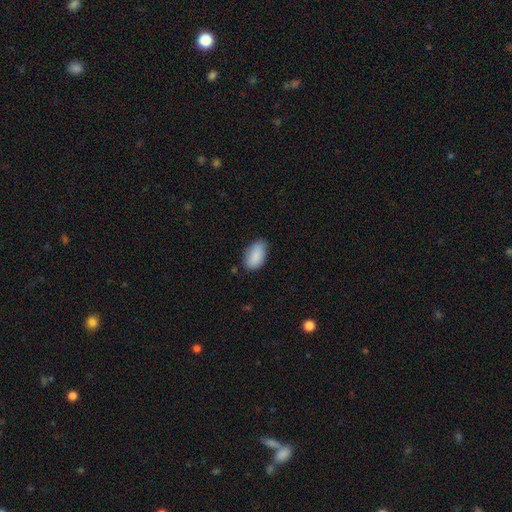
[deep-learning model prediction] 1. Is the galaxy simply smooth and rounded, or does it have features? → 88% smooth, 7% star or artifact, 5% featured or disk.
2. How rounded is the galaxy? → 94% in between, 4% round, 2% cigar-shaped.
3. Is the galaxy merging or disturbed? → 70% none, 25% minor disturbance, 4% major disturbance, 2% merger.